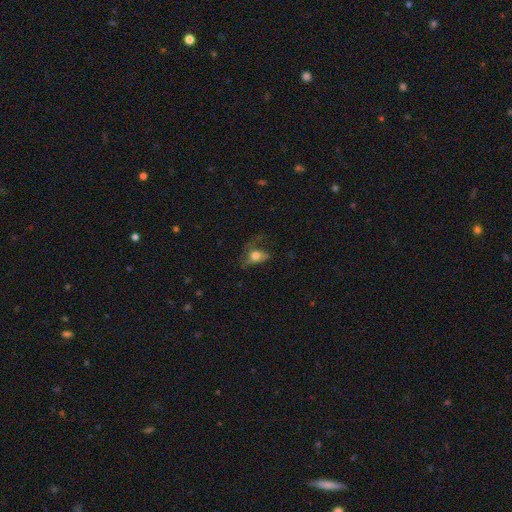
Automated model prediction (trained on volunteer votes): Q: Smooth or featured?
A: smooth (61%); runner-up: featured or disk (28%)
Q: How rounded?
A: in between (76%); runner-up: round (20%)
Q: Merging?
A: major disturbance (46%); runner-up: none (30%)